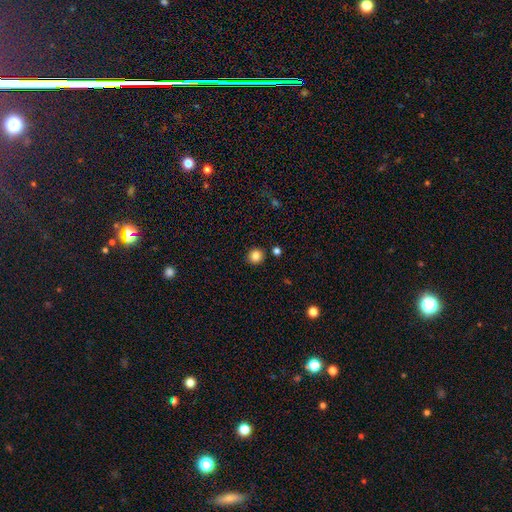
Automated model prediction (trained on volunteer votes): Morphology: type=smooth (85%); roundness=round (89%); merging=none (90%).